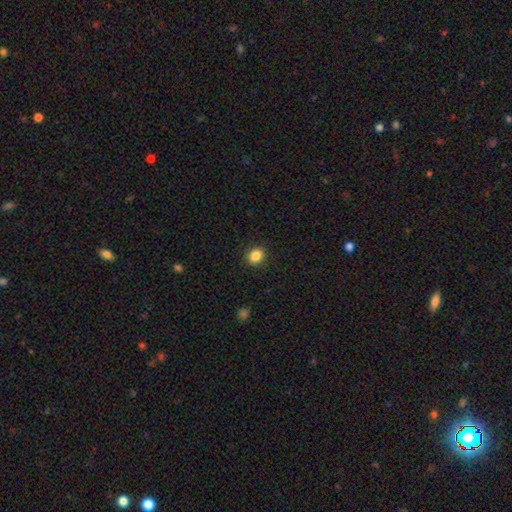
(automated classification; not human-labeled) A smooth galaxy with no disk features (87%) that is round (59%).

Vote fractions:
- Smooth or featured? smooth: 87% / star or artifact: 10% / featured or disk: 4%
- How rounded? round: 59% / in between: 40% / cigar-shaped: 1%
- Merging? none: 88% / minor disturbance: 8% / major disturbance: 2% / merger: 1%